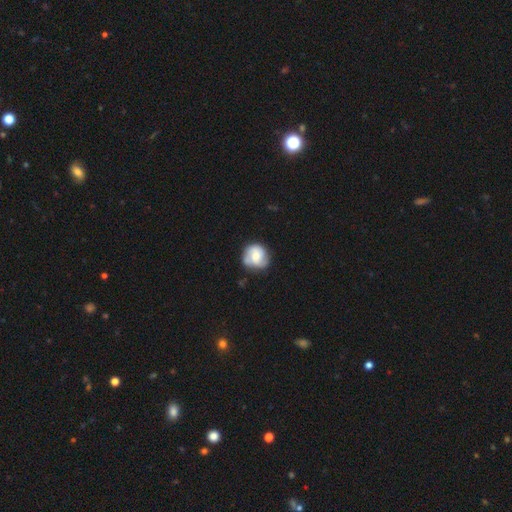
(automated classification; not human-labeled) The model was most divided on "smooth or featured": featured or disk: 50%, smooth: 44%, star or artifact: 7%. More confident: merging — none (67%).